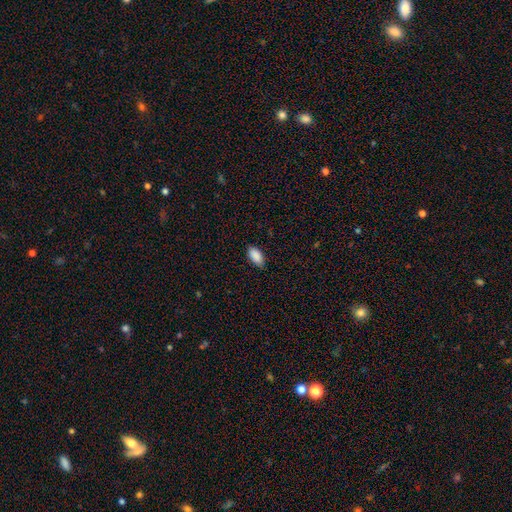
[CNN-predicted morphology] type=smooth (90%); roundness=in between (93%); merging=none (83%).